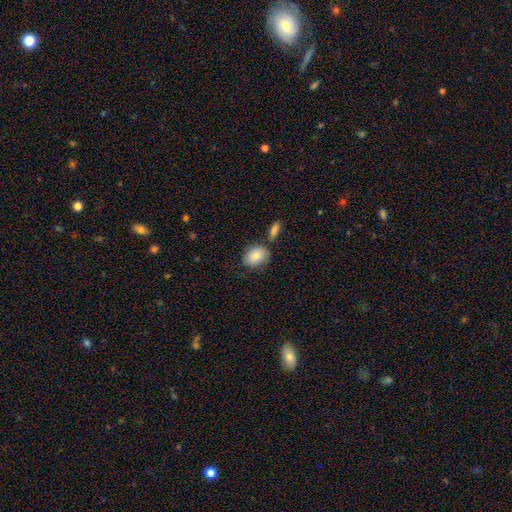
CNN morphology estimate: Smooth or featured?
  - smooth: 82% *
  - featured or disk: 11%
  - star or artifact: 7%
How rounded?
  - in between: 70% *
  - round: 29%
  - cigar-shaped: 1%
Merging?
  - none: 69% *
  - minor disturbance: 15%
  - merger: 13%
  - major disturbance: 4%